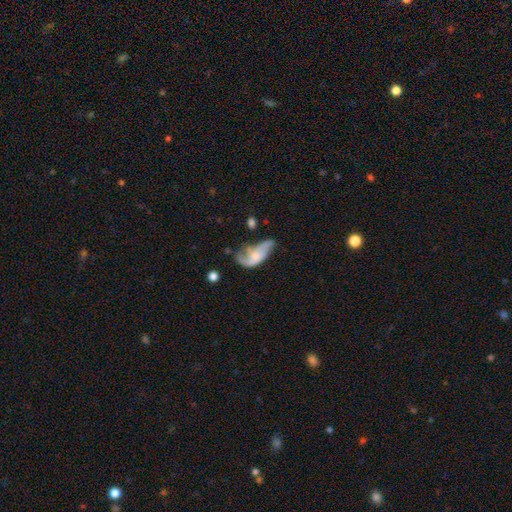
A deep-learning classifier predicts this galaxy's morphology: The model was most divided on "bulge size": small: 32%, none: 30%, moderate: 28%, large: 8%, dominant: 2%. Remaining: edge-on disk — no (93%); spiral arms — yes (72%); bar — no (69%); smooth or featured — featured or disk (56%); merging — major disturbance (37%).